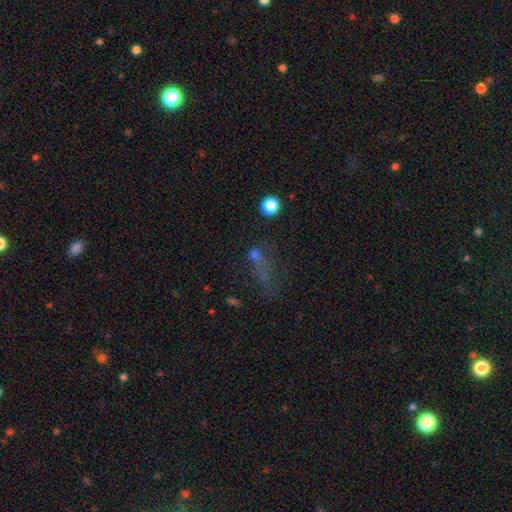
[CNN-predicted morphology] This appears to be a smooth galaxy with no disk features (49%). Merging: none (37%).